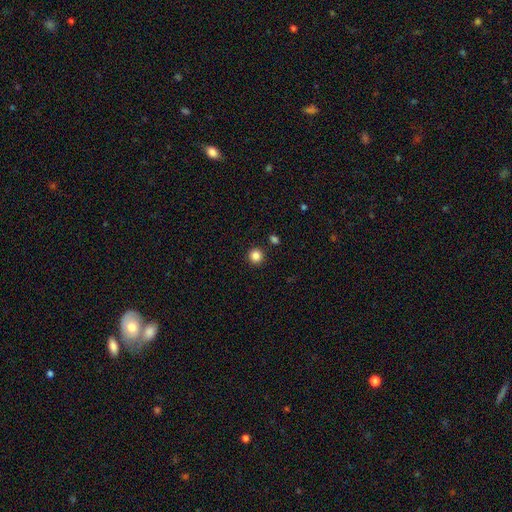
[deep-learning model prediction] Smooth or featured? smooth (85%)
How rounded? round (95%)
Merging? none (90%)